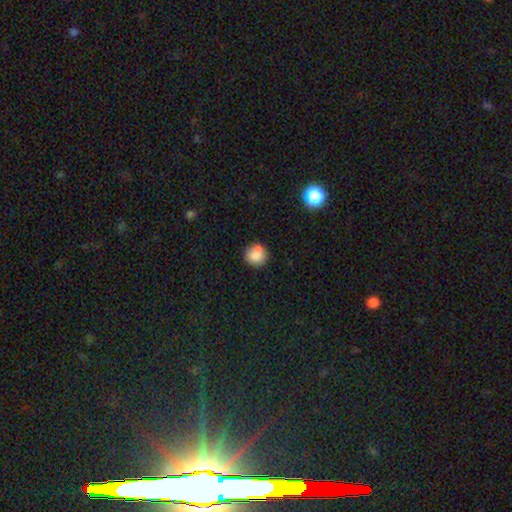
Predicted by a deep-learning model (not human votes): A smooth galaxy with no disk features (80%) that is round (87%). Merging: none (69%).